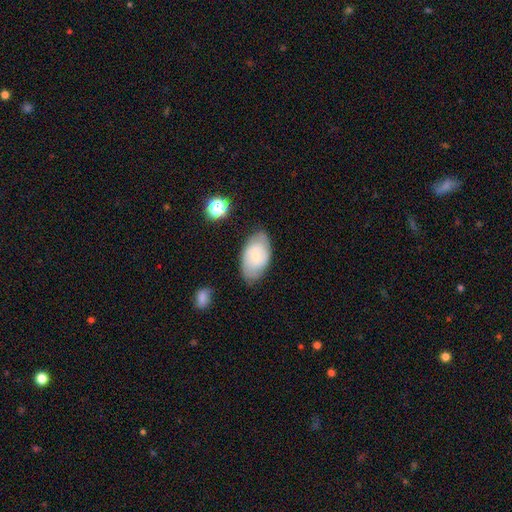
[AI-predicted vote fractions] smooth_or_featured: smooth (p=0.51) [alt: featured or disk p=0.42]
how_rounded: in between (p=0.93) [alt: round p=0.05]
merging: none (p=0.74) [alt: minor disturbance p=0.19]